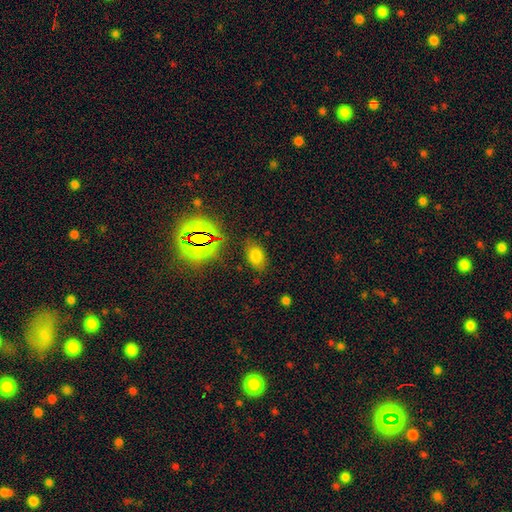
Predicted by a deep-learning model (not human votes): This appears to be a smooth galaxy with no disk features (70%) that is in between round and cigar-shaped (85%). Merging: none (79%).